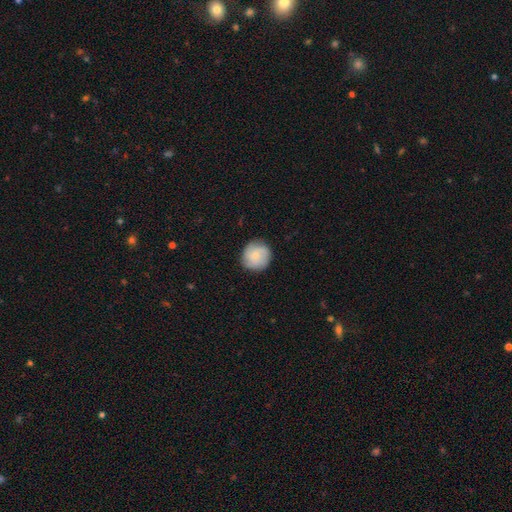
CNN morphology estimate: Overall: smooth (60%; featured or disk 33%). How rounded: round (92%). Merging: none (84%).